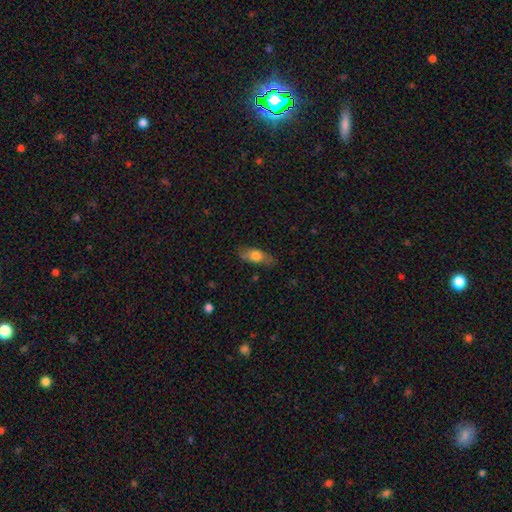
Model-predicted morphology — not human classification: Overall: smooth (67%). How rounded: in between (74%). Merging: none (74%).